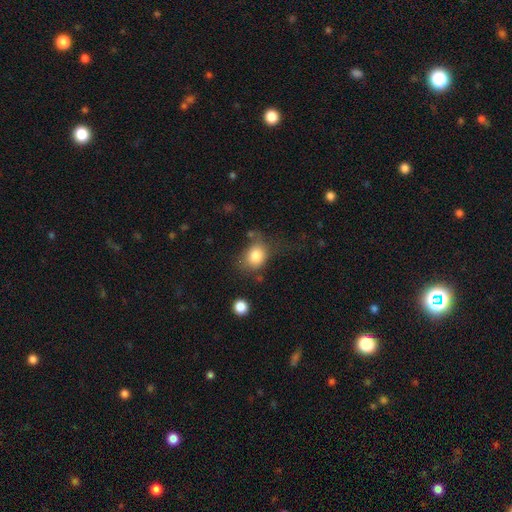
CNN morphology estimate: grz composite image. It shows a smooth galaxy with no disk features (82%) that is in between round and cigar-shaped (52%). Merging: none (49%).